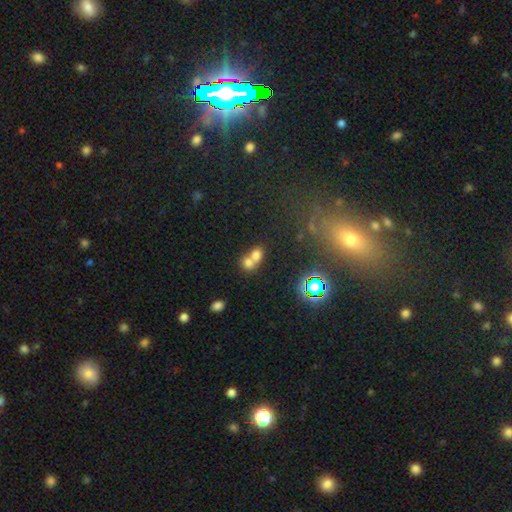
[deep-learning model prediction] Smooth or featured? Predicted: smooth (p=0.68). How rounded? Predicted: round (p=0.55). Merging? Predicted: merger (p=0.68).